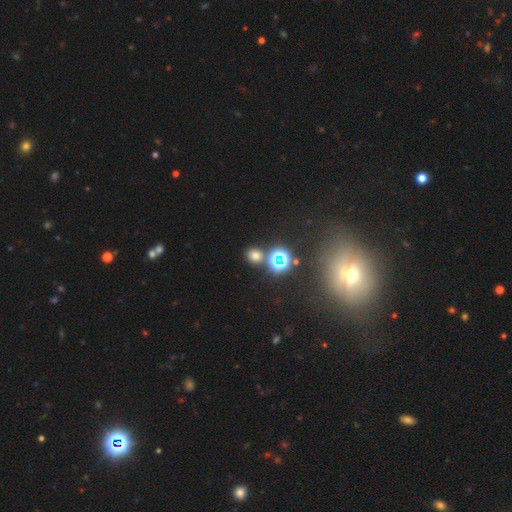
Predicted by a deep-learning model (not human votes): smooth 63%, star or artifact 30%, featured or disk 7%. Down the decision tree: how rounded — round (81%); merging — none (81%).